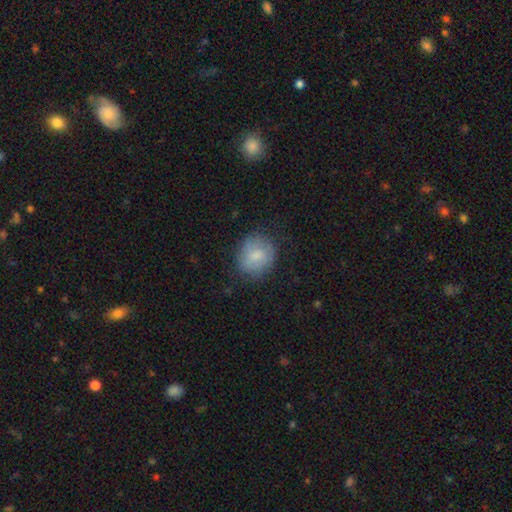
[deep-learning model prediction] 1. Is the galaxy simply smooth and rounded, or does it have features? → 72% smooth, 20% featured or disk, 7% star or artifact.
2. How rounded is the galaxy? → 74% round, 25% in between, 1% cigar-shaped.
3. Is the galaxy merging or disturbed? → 73% none, 19% minor disturbance, 7% major disturbance, 1% merger.